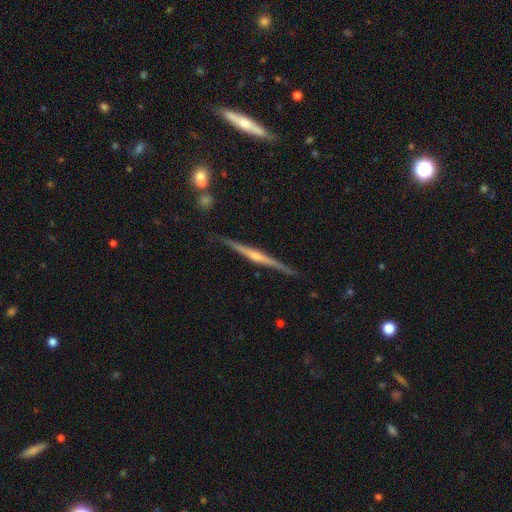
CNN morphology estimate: Smooth or featured: featured or disk — 81% (smooth — 13%)
Edge-on disk: yes — 98% (no — 2%)
Edge-on bulge: rounded — 76% (none — 16%)
Merging: none — 89% (minor disturbance — 8%)